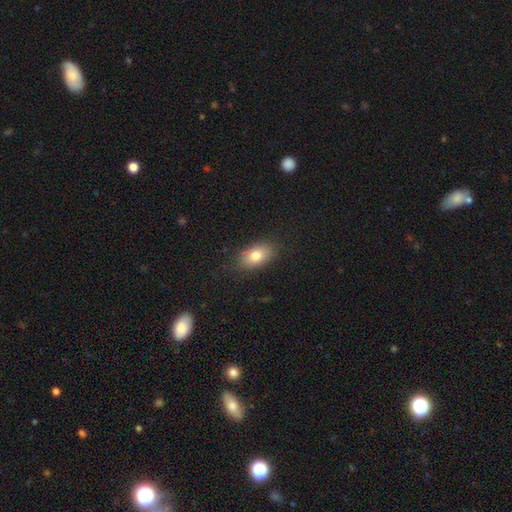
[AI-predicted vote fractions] smooth 81%, featured or disk 11%, star or artifact 8%. Down the decision tree: how rounded — in between (88%); merging — none (83%).